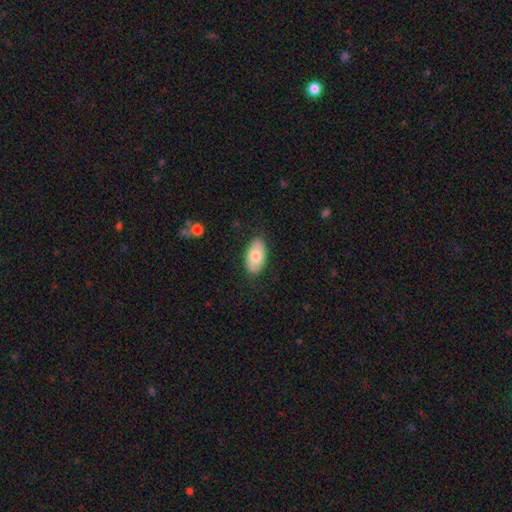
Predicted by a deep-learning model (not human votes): Smooth or featured? smooth (71%)
How rounded? in between (95%)
Merging? none (83%)